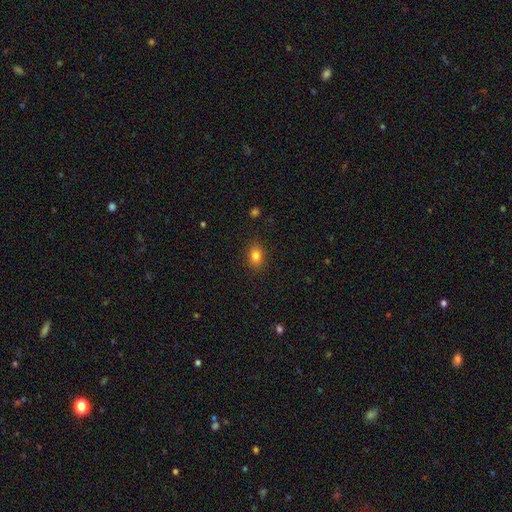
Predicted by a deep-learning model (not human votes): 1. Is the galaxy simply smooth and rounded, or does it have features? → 82% smooth, 11% star or artifact, 7% featured or disk.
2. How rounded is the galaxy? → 70% in between, 28% round, 1% cigar-shaped.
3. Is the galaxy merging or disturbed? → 88% none, 9% minor disturbance, 2% major disturbance, 1% merger.